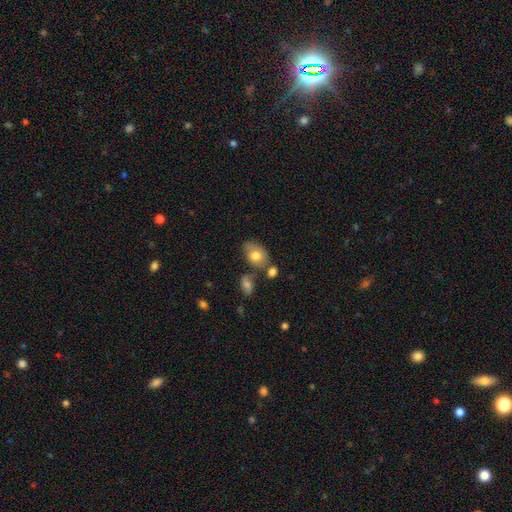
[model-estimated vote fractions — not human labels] A smooth galaxy with no disk features (74%) that is in between round and cigar-shaped (80%). Merging: none (56%).